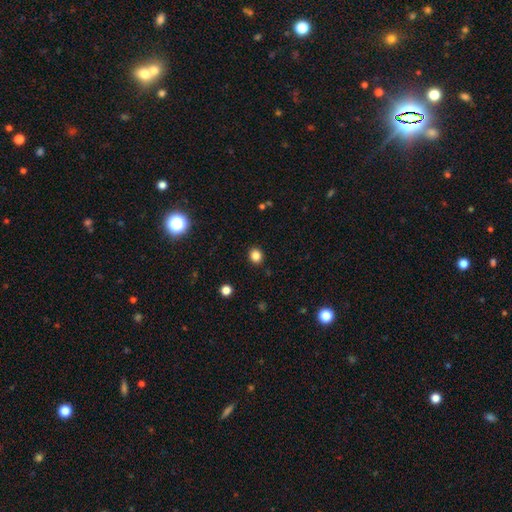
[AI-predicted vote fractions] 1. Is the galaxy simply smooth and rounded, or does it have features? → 84% smooth, 12% star or artifact, 4% featured or disk.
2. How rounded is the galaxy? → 77% round, 22% in between, 1% cigar-shaped.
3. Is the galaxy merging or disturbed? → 91% none, 6% minor disturbance, 2% major disturbance, 1% merger.